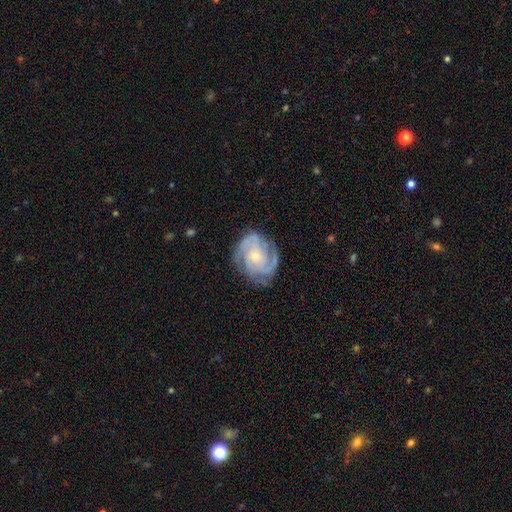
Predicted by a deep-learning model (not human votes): Smooth or featured: featured or disk — 87% (smooth — 8%)
Edge-on disk: no — 98% (yes — 2%)
Bar: no — 70% (weak — 25%)
Spiral arms: yes — 97% (no — 3%)
Spiral winding: tight — 58% (medium — 35%)
Spiral arm count: 3 — 37% (2 — 28%)
Bulge size: small — 62% (moderate — 34%)
Merging: none — 75% (minor disturbance — 17%)